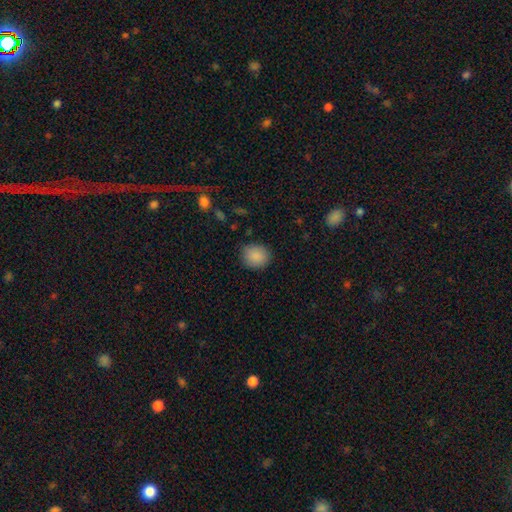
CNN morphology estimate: smooth_or_featured: smooth (p=0.88) [alt: star or artifact p=0.08]
how_rounded: round (p=0.71) [alt: in between p=0.28]
merging: none (p=0.86) [alt: minor disturbance p=0.11]